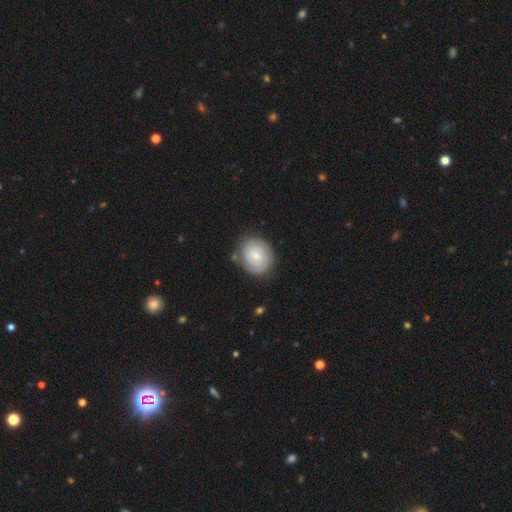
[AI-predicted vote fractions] smooth-or-featured: featured or disk: 55% | smooth: 39% | star or artifact: 6%
  disk-edge-on: no: 98% | yes: 2%
    bar: no: 72% | weak: 24% | strong: 3%
    has-spiral-arms: yes: 87% | no: 13%
    bulge-size: small: 58% | moderate: 35% | none: 3% | large: 3% | dominant: 1%
  merging: none: 79% | minor disturbance: 14% | major disturbance: 4% | merger: 2%